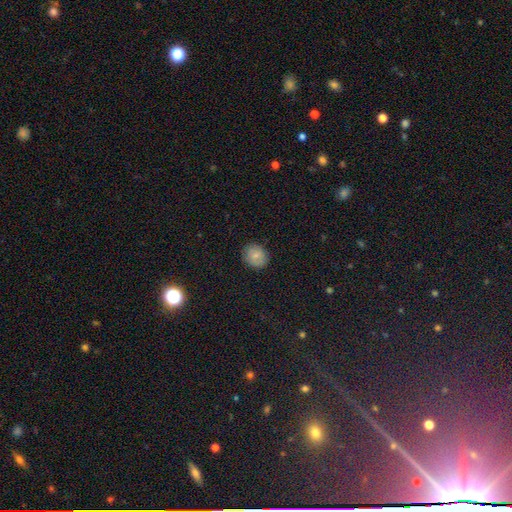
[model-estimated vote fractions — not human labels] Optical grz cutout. It shows a smooth galaxy with no disk features (79%) that is round (65%). Merging: none (86%).